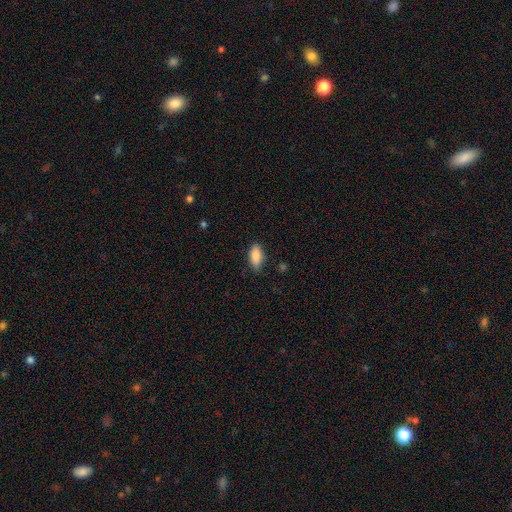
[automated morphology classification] A smooth galaxy with no disk features (86%) that is in between round and cigar-shaped (85%). Merging: none (77%).